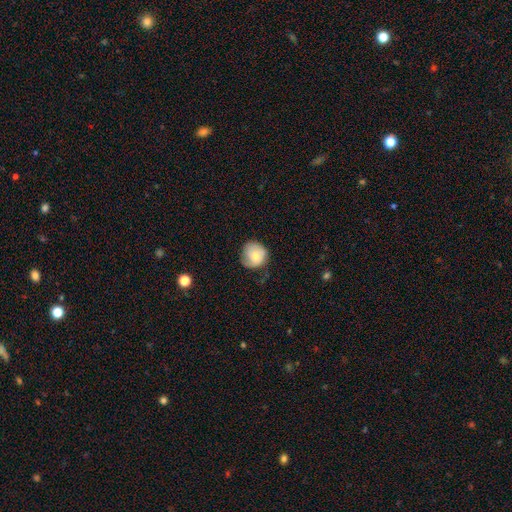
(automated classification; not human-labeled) Smooth or featured?
  - smooth: 67% *
  - featured or disk: 25%
  - star or artifact: 7%
How rounded?
  - round: 86% *
  - in between: 13%
  - cigar-shaped: 1%
Merging?
  - none: 58% *
  - minor disturbance: 31%
  - major disturbance: 9%
  - merger: 2%